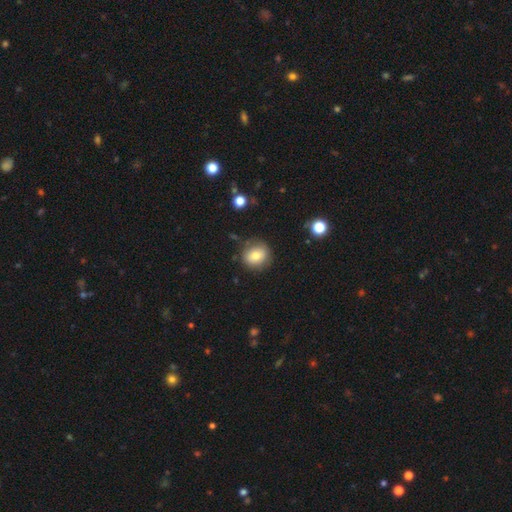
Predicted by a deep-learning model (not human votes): This is likely a smooth galaxy (77%). How rounded: likely round (79%). Merging: clearly none (81%).